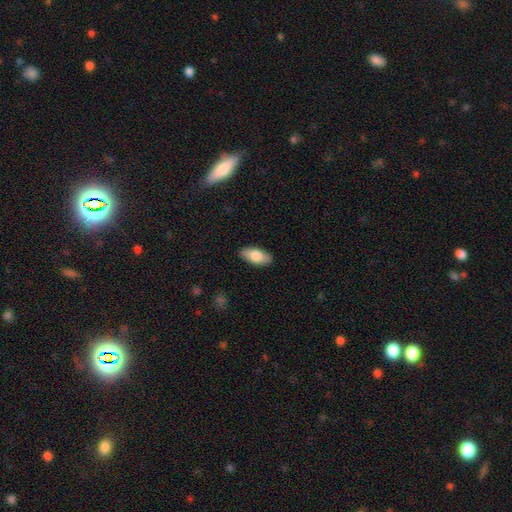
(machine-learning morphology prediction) smooth_or_featured: smooth (p=0.77) [alt: featured or disk p=0.16]
how_rounded: in between (p=0.89) [alt: cigar-shaped p=0.08]
merging: none (p=0.88) [alt: minor disturbance p=0.09]